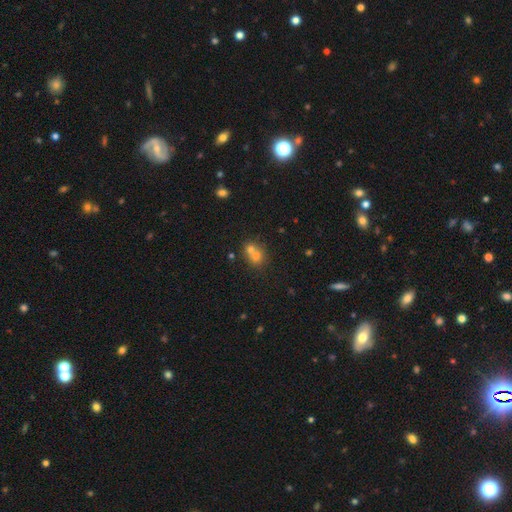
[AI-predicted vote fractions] Overall: smooth (66%). How rounded: round (74%). Merging: merger (60%; none 32%).